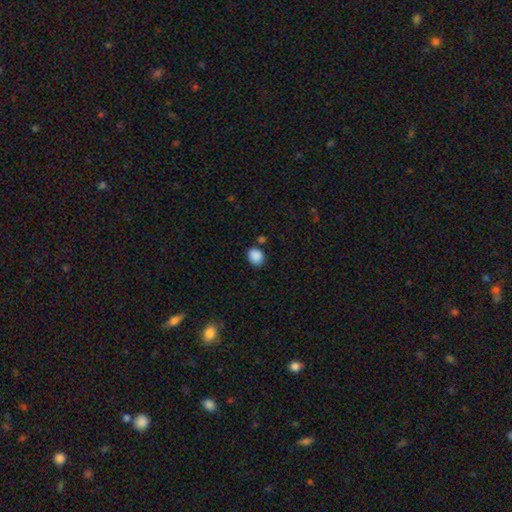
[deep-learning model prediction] smooth_or_featured: smooth (p=0.88) [alt: star or artifact p=0.09]
how_rounded: round (p=0.57) [alt: in between p=0.42]
merging: none (p=0.77) [alt: minor disturbance p=0.13]